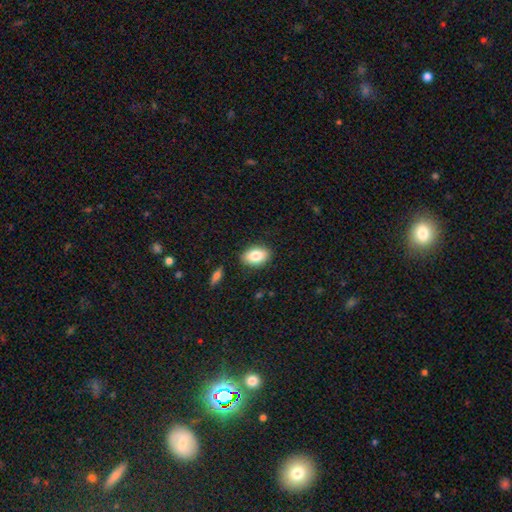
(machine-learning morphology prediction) type=smooth (82%); roundness=in between (88%); merging=none (86%).